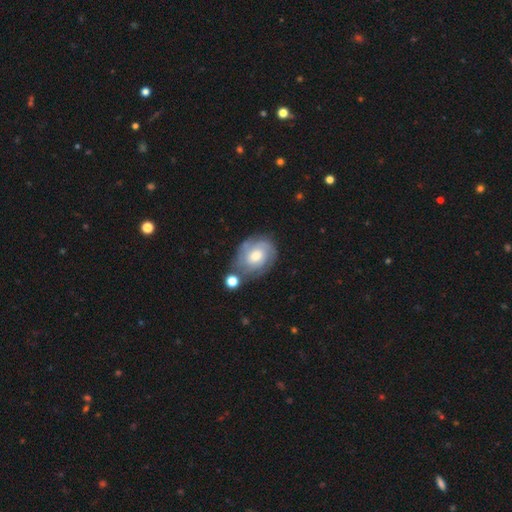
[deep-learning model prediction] Q: Smooth or featured?
A: featured or disk (68%); runner-up: smooth (25%)
Q: Edge-on disk?
A: no (97%); runner-up: yes (3%)
Q: Bar?
A: no (70%); runner-up: weak (26%)
Q: Spiral arms?
A: yes (88%); runner-up: no (12%)
Q: Spiral winding?
A: tight (61%); runner-up: medium (30%)
Q: Spiral arm count?
A: can't tell (35%); runner-up: 2 (33%)
Q: Bulge size?
A: moderate (65%); runner-up: large (17%)
Q: Merging?
A: none (63%); runner-up: minor disturbance (20%)